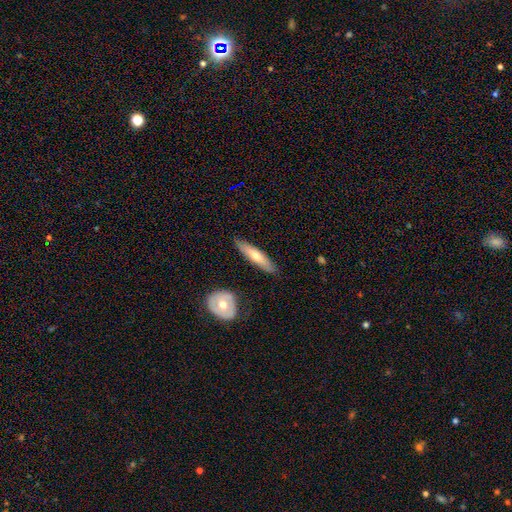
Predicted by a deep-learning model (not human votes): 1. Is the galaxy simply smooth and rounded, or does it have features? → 55% smooth, 40% featured or disk, 5% star or artifact.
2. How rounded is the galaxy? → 78% cigar-shaped, 20% in between, 2% round.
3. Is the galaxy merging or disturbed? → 82% none, 13% minor disturbance, 3% merger, 2% major disturbance.